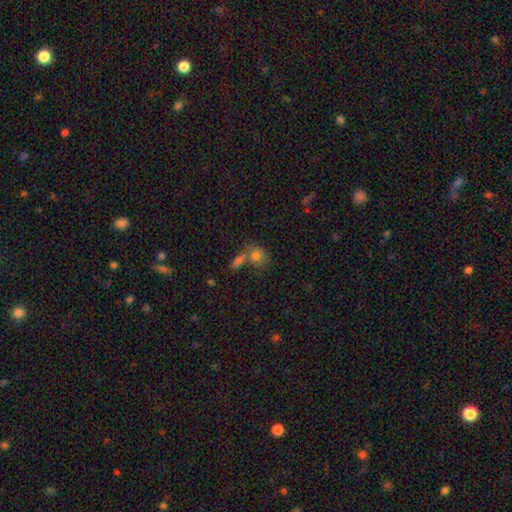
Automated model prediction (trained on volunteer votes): Smooth or featured? Predicted: smooth (p=0.74). How rounded? Predicted: round (p=0.54). Merging? Predicted: none (p=0.44).